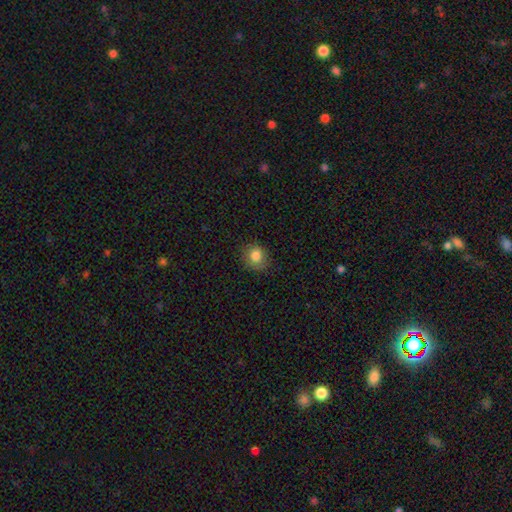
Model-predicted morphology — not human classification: type=smooth (83%); roundness=round (80%); merging=none (81%).